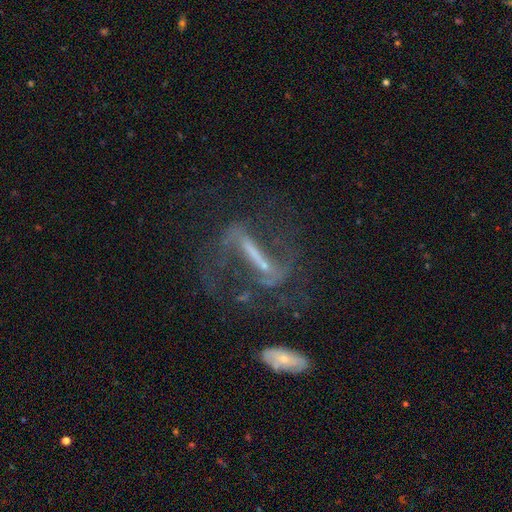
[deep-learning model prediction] This is likely a featured or disk galaxy (77%). It is clearly not viewed edge-on (83%). Bar: likely strong (72%). Spiral arm pattern: likely yes (75%). Central bulge: marginally small (44%). Merging: marginally none (44%).